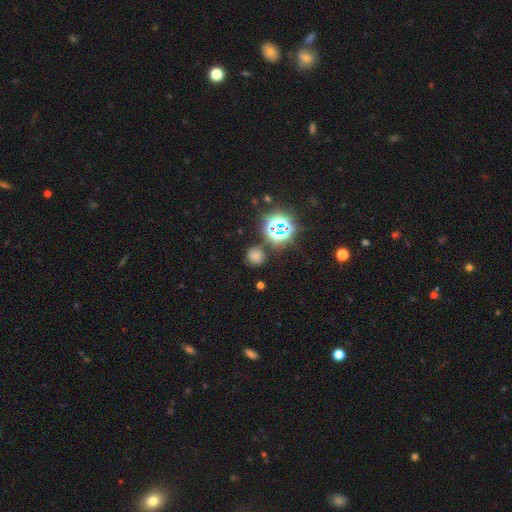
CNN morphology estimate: Smooth or featured: smooth — 61% (star or artifact — 30%)
How rounded: round — 89% (in between — 10%)
Merging: none — 81% (minor disturbance — 11%)